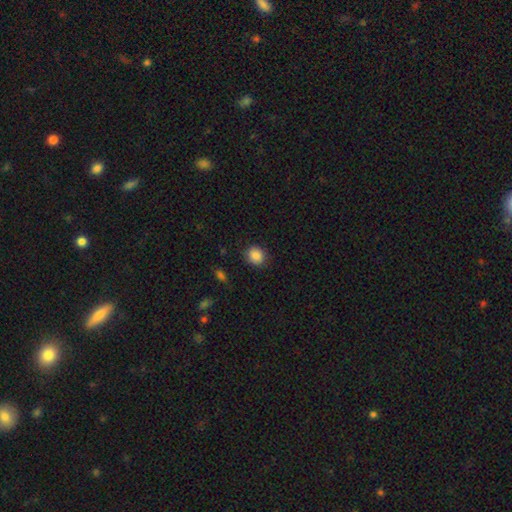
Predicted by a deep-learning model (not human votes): Morphology: type=smooth (87%); roundness=round (76%); merging=none (86%).